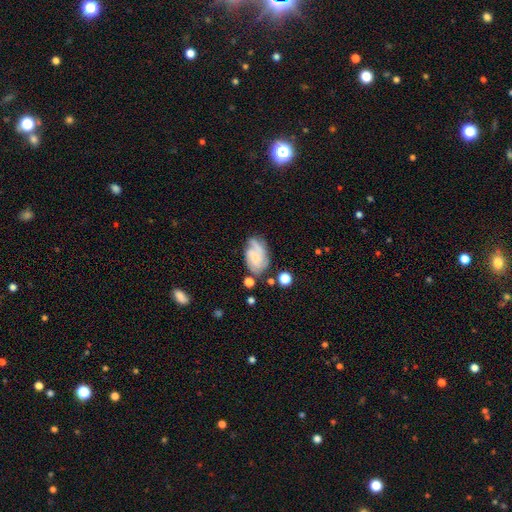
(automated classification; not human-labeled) smooth_or_featured: featured or disk (p=0.68) [alt: smooth p=0.24]
disk_edge_on: no (p=0.97) [alt: yes p=0.03]
bar: no (p=0.65) [alt: weak p=0.29]
has_spiral_arms: yes (p=0.92) [alt: no p=0.08]
spiral_winding: tight (p=0.46) [alt: medium p=0.38]
spiral_arm_count: 3 (p=0.34) [alt: can't tell p=0.24]
bulge_size: small (p=0.43) [alt: none p=0.37]
merging: none (p=0.57) [alt: minor disturbance p=0.24]